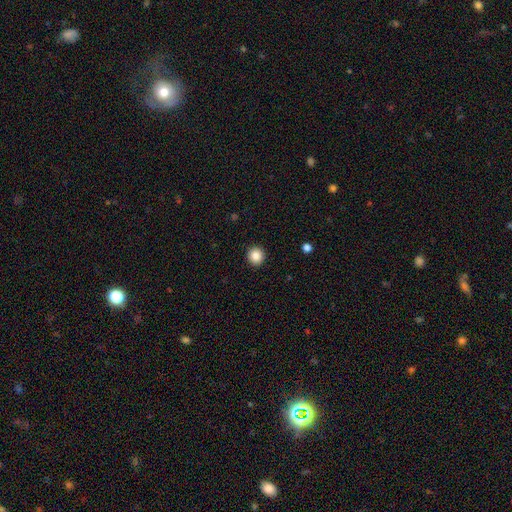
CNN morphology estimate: smooth-or-featured: smooth: 87% | star or artifact: 10% | featured or disk: 4%
  how-rounded: round: 94% | in between: 5% | cigar-shaped: 1%
  merging: none: 92% | minor disturbance: 5% | major disturbance: 2% | merger: 1%